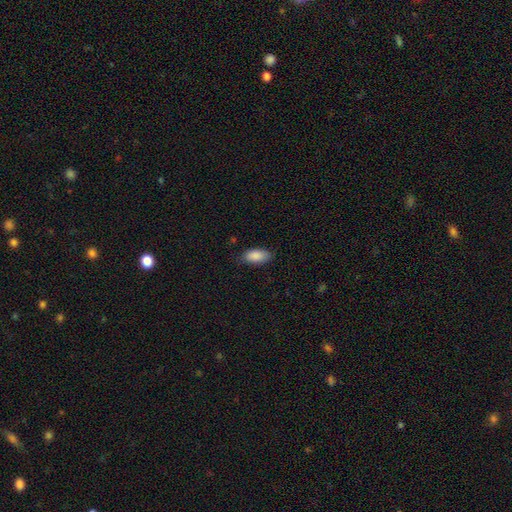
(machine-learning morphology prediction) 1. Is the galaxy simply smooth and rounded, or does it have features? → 89% smooth, 6% star or artifact, 5% featured or disk.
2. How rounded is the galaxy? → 93% in between, 4% cigar-shaped, 3% round.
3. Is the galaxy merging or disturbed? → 79% none, 17% minor disturbance, 3% major disturbance, 1% merger.